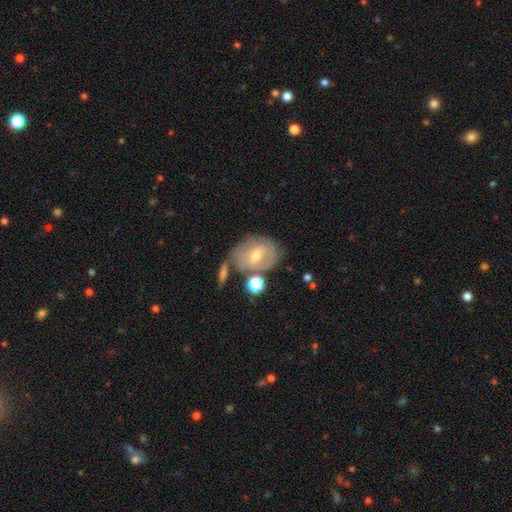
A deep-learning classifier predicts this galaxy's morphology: A featured or disk galaxy (52%).

Vote fractions:
- Smooth or featured? featured or disk: 52% / smooth: 38% / star or artifact: 10%
- Edge-on disk? no: 94% / yes: 6%
- Merging? none: 52% / minor disturbance: 20% / merger: 18% / major disturbance: 10%